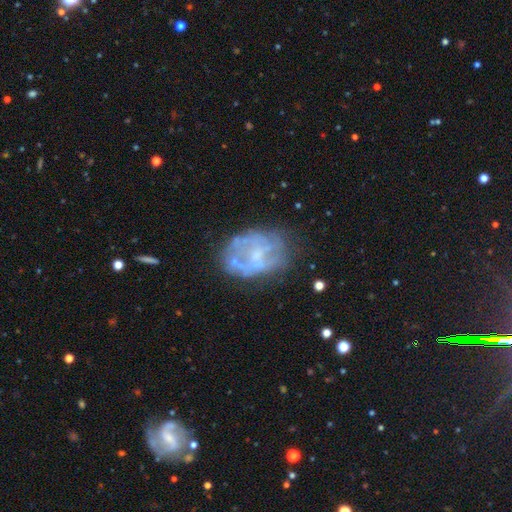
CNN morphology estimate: Smooth or featured? Predicted: featured or disk (p=0.68). Edge-on disk? Predicted: no (p=0.98). Bar? Predicted: no (p=0.73). Spiral arms? Predicted: no (p=0.70). Bulge size? Predicted: small (p=0.40). Merging? Predicted: none (p=0.54).